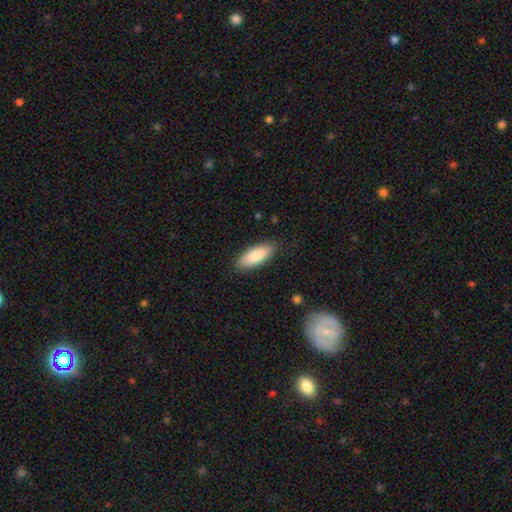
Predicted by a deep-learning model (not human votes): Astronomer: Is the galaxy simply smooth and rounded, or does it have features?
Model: smooth — 84%.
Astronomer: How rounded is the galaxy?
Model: in between — 74%.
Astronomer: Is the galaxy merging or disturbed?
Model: none — 87%.